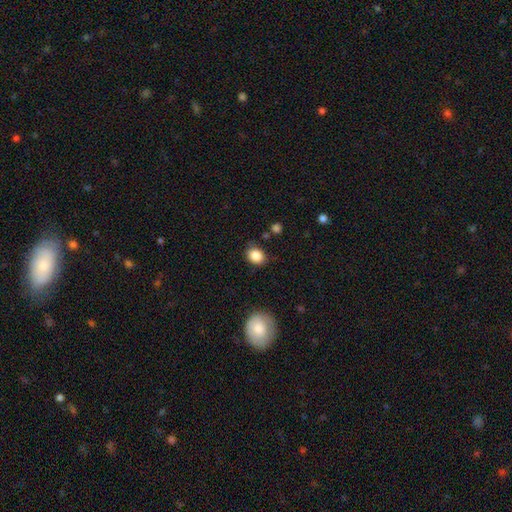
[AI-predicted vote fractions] Smooth or featured? smooth (86%)
How rounded? in between (53%)
Merging? none (78%)